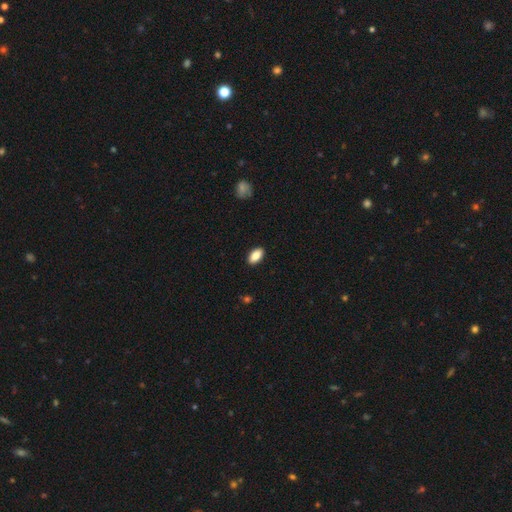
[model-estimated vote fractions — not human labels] Morphology: type=smooth (85%); roundness=in between (90%); merging=none (90%).